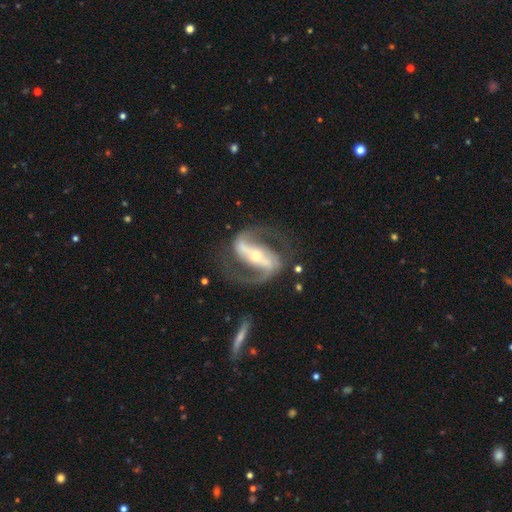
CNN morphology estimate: This appears to be a featured or disk galaxy (92%) with a strong bar (74%), 2 (93%) medium (55%) spiral arms (97%) and a small central bulge (49%). Merging: none (78%).